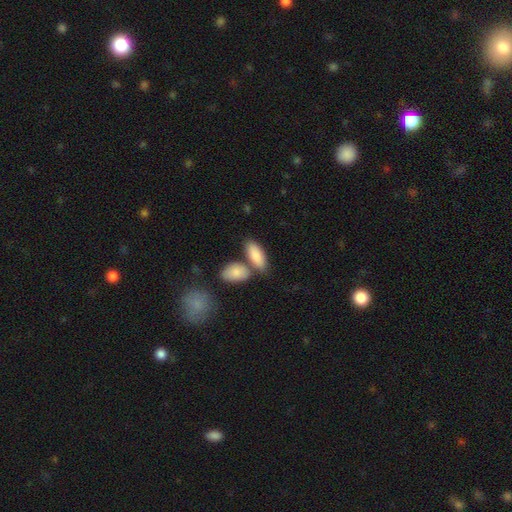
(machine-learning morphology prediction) Smooth or featured? smooth (85%)
How rounded? in between (84%)
Merging? none (57%)